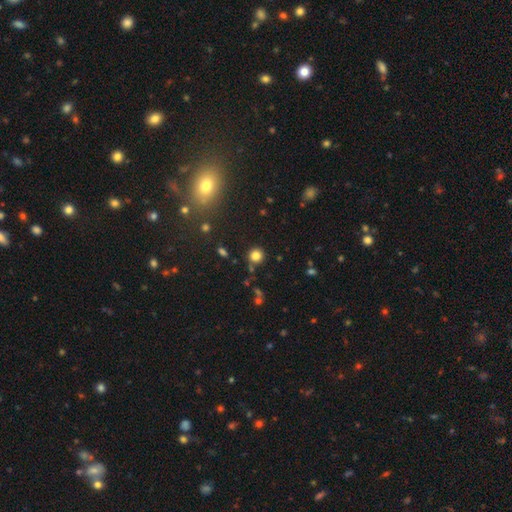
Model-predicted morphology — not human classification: type=smooth (81%); roundness=round (91%); merging=none (84%).